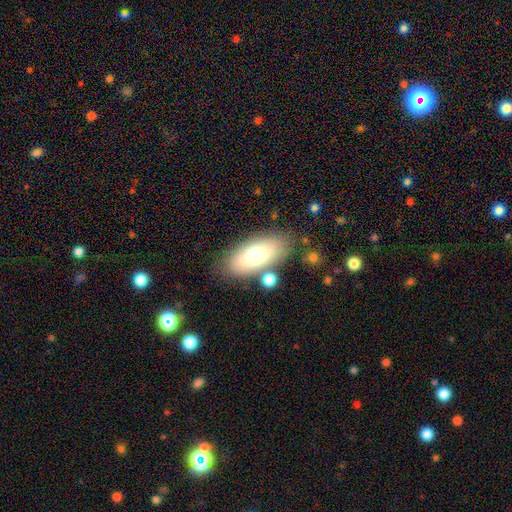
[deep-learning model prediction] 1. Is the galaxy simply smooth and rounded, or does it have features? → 69% smooth, 22% featured or disk, 9% star or artifact.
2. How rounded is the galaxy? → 87% in between, 7% cigar-shaped, 5% round.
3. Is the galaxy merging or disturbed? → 75% none, 13% minor disturbance, 8% merger, 5% major disturbance.